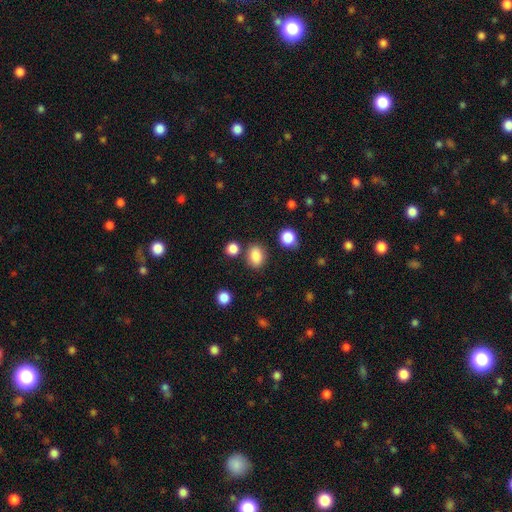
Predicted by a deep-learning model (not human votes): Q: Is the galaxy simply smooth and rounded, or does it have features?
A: smooth — 85%.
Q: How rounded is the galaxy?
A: in between — 60%.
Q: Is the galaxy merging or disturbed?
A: none — 78%.